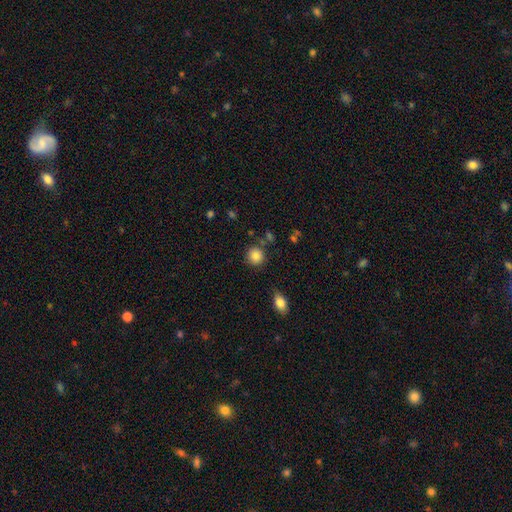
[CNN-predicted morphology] smooth-or-featured: smooth: 86% | star or artifact: 9% | featured or disk: 5%
  how-rounded: round: 91% | in between: 8% | cigar-shaped: 1%
  merging: none: 83% | minor disturbance: 9% | merger: 5% | major disturbance: 3%